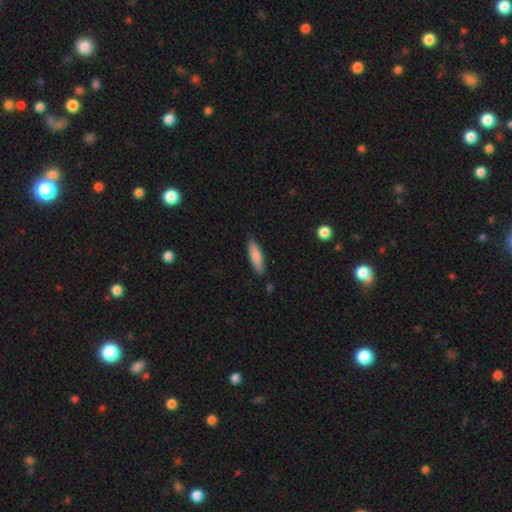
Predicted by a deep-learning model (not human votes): The model was most divided on "how rounded": cigar-shaped: 57%, in between: 41%, round: 2%. More confident: merging — none (84%); smooth or featured — smooth (84%).